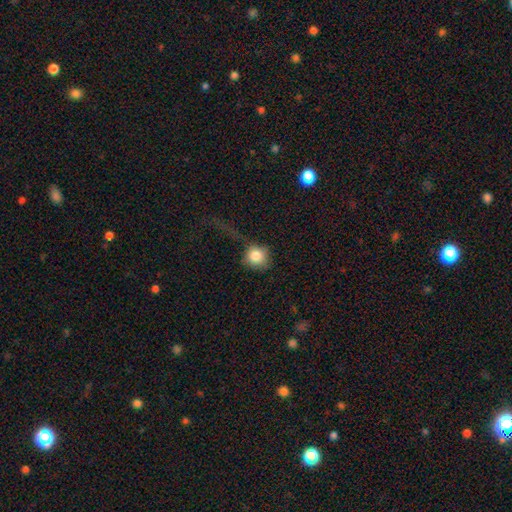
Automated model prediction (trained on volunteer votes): smooth_or_featured: smooth (p=0.80) [alt: featured or disk p=0.10]
how_rounded: round (p=0.88) [alt: in between p=0.10]
merging: none (p=0.44) [alt: major disturbance p=0.31]